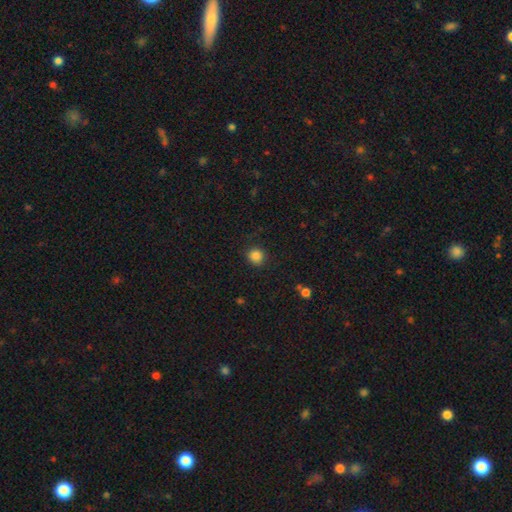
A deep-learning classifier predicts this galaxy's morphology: smooth-or-featured: smooth: 86% | star or artifact: 11% | featured or disk: 3%
  how-rounded: round: 90% | in between: 9% | cigar-shaped: 1%
  merging: none: 87% | minor disturbance: 9% | major disturbance: 3% | merger: 1%